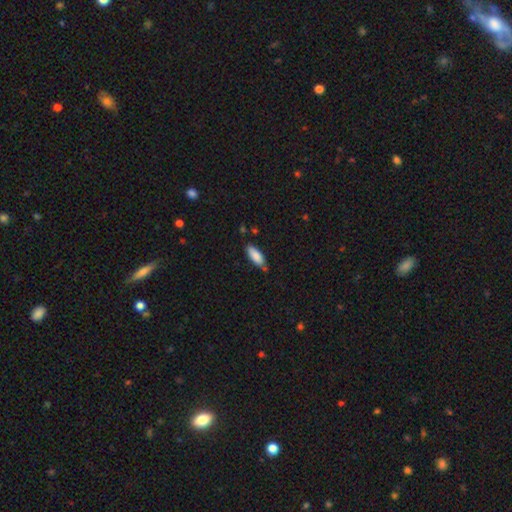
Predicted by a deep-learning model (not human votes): Smooth or featured? Predicted: smooth (p=0.86). How rounded? Predicted: in between (p=0.72). Merging? Predicted: none (p=0.71).